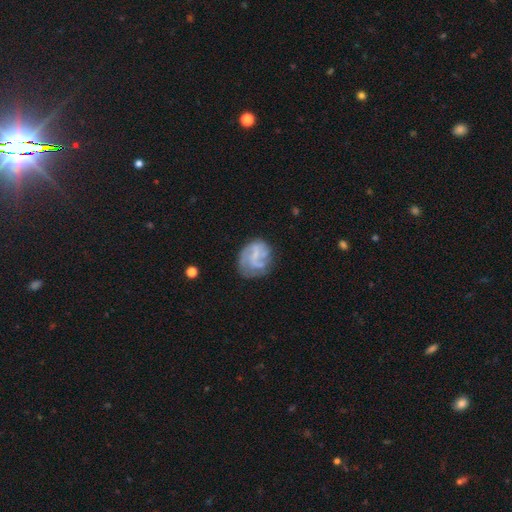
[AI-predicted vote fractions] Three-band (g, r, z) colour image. It shows a featured or disk galaxy (65%) with no bar (51%), spiral arms (74%) and no central bulge (44%). Merging: none (54%).